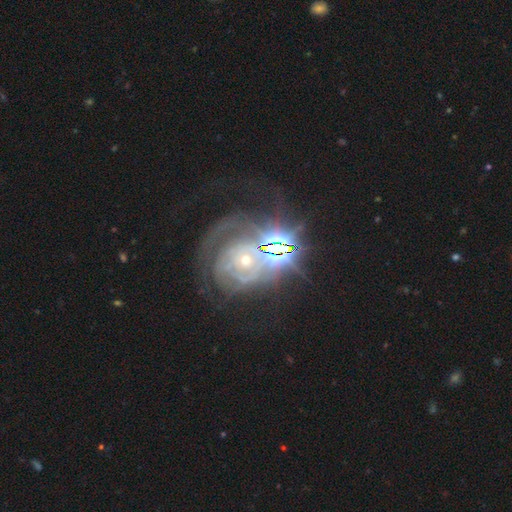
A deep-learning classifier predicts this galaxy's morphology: This is likely a featured or disk galaxy (72%). It is clearly not viewed edge-on (97%). Bar: likely no (76%). Spiral arm pattern: clearly yes (86%). Spiral arm count: marginally can't tell (38%). Spiral winding: likely tight (69%). Central bulge: likely small (75%). Merging: possibly none (49%).